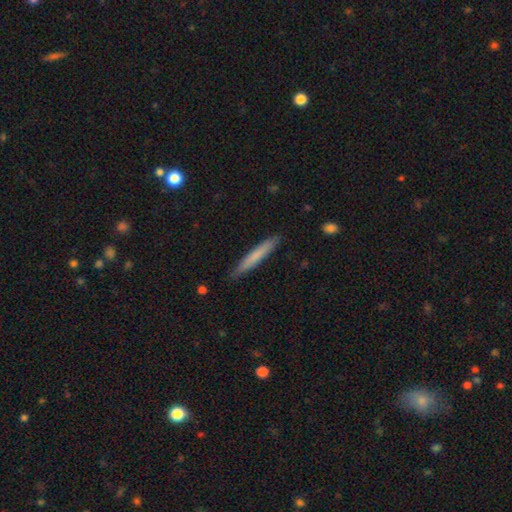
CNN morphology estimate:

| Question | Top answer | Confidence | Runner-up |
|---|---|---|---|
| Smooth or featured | smooth | 71% | featured or disk (24%) |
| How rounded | cigar-shaped | 95% | in between (3%) |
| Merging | none | 88% | minor disturbance (9%) |